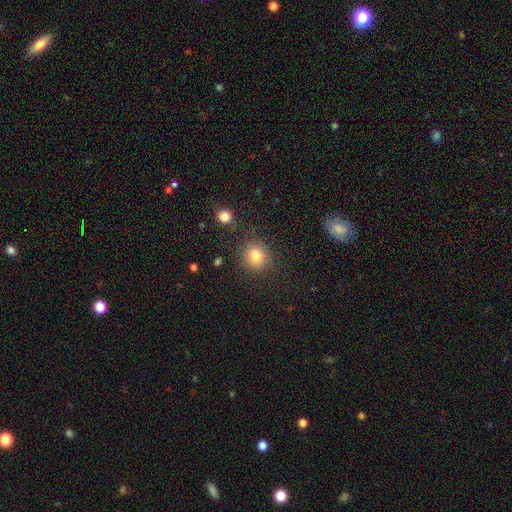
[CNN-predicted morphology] This is clearly a smooth galaxy (82%). How rounded: clearly round (84%). Merging: clearly none (85%).